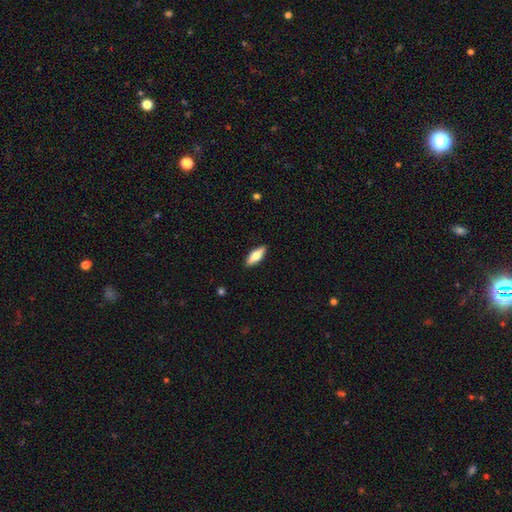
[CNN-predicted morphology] Smooth or featured: smooth — 65% (featured or disk — 29%)
How rounded: in between — 65% (cigar-shaped — 33%)
Merging: none — 89% (minor disturbance — 8%)